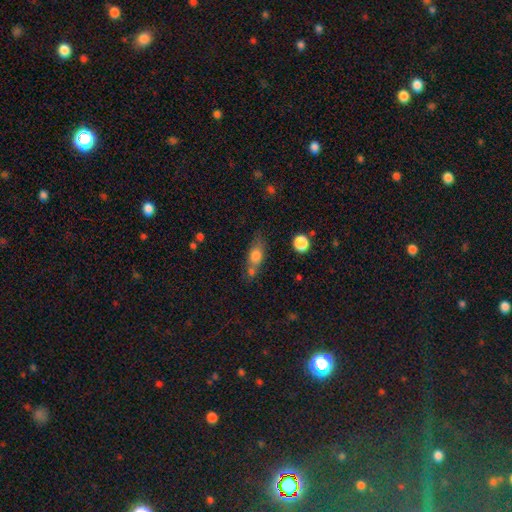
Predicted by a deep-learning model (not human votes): smooth 73%, featured or disk 18%, star or artifact 9%. Down the decision tree: how rounded — in between (69%); merging — none (51%).